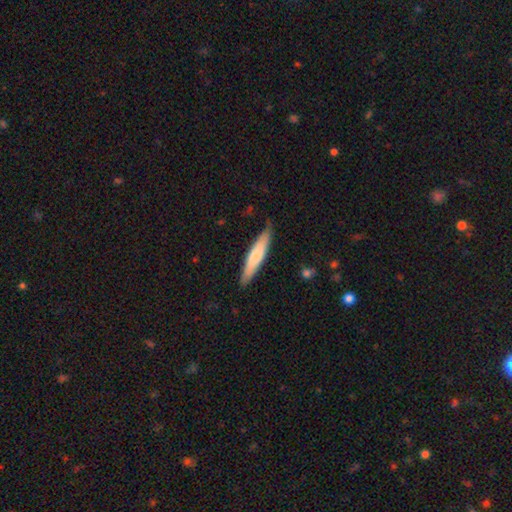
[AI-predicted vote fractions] Overall: smooth (69%). How rounded: cigar-shaped (85%). Merging: none (83%).